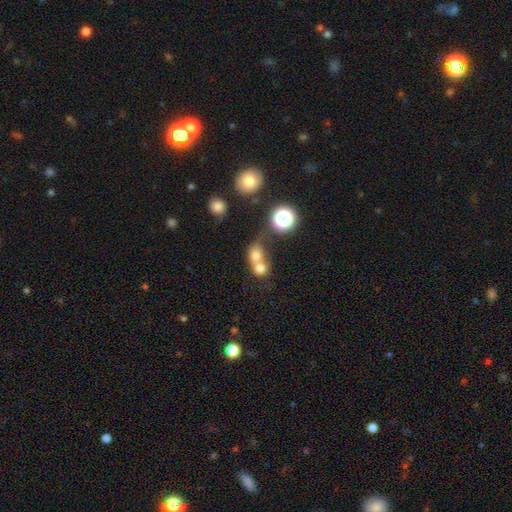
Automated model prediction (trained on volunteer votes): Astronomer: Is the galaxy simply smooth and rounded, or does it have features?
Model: smooth — 70%.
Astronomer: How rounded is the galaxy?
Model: round — 70%.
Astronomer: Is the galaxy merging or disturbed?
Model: merger — 65%.